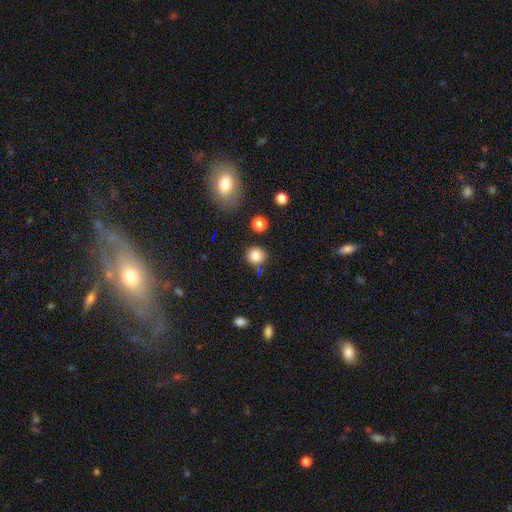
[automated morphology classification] smooth 83%, star or artifact 11%, featured or disk 5%. Down the decision tree: how rounded — round (88%); merging — none (83%).